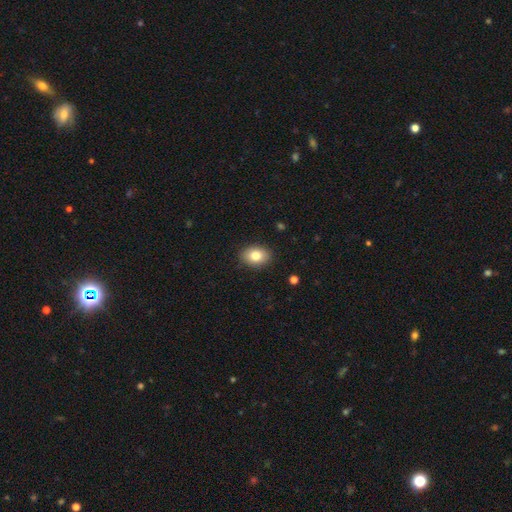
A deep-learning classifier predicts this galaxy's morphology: A smooth galaxy with no disk features (82%) that is in between round and cigar-shaped (72%).

Vote fractions:
- Smooth or featured? smooth: 82% / featured or disk: 10% / star or artifact: 8%
- How rounded? in between: 72% / round: 27% / cigar-shaped: 1%
- Merging? none: 89% / minor disturbance: 8% / major disturbance: 2% / merger: 1%